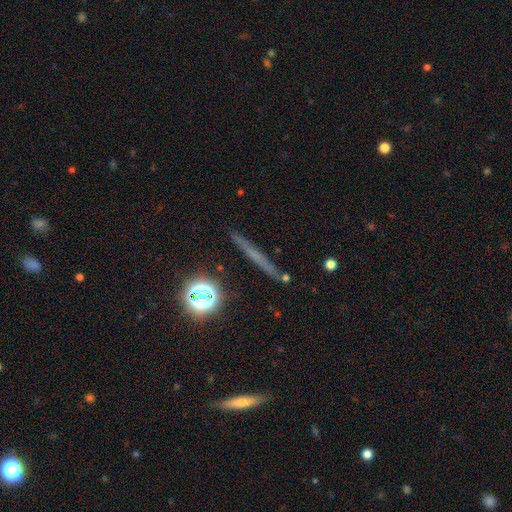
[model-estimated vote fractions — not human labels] The model was most divided on "smooth or featured": featured or disk: 43%, smooth: 38%, star or artifact: 19%. More confident: merging — none (88%).